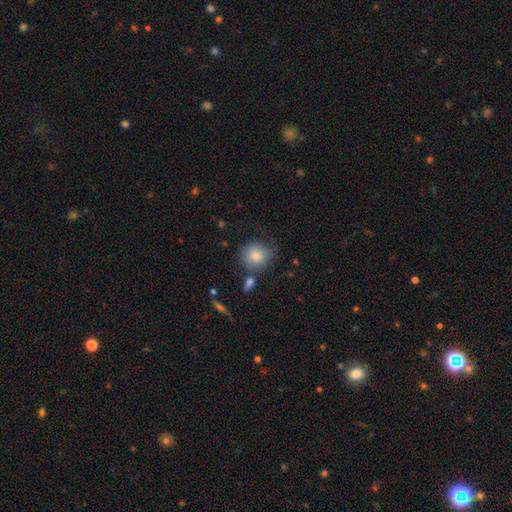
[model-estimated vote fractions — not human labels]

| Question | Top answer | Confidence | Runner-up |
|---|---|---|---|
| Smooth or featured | smooth | 81% | featured or disk (11%) |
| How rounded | round | 84% | in between (15%) |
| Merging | none | 58% | minor disturbance (24%) |